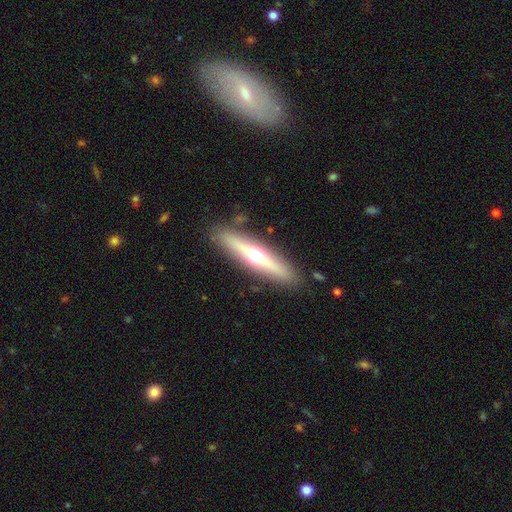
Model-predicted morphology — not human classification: type=featured or disk (60%); edge-on=yes (93%); edge-on bulge=rounded (92%); merging=none (88%).